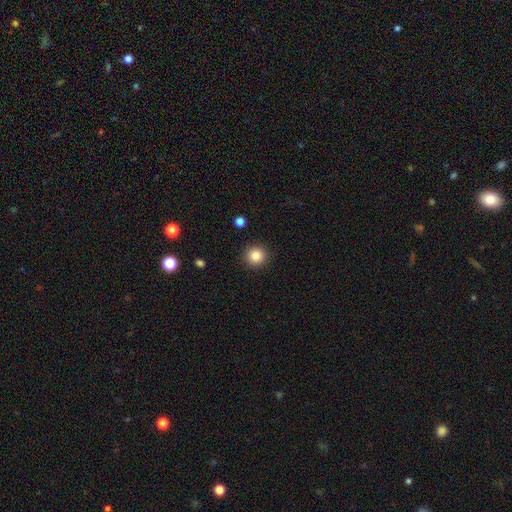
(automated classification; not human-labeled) Smooth or featured?
  - smooth: 84% *
  - star or artifact: 11%
  - featured or disk: 5%
How rounded?
  - round: 94% *
  - in between: 5%
  - cigar-shaped: 1%
Merging?
  - none: 92% *
  - minor disturbance: 5%
  - major disturbance: 2%
  - merger: 1%